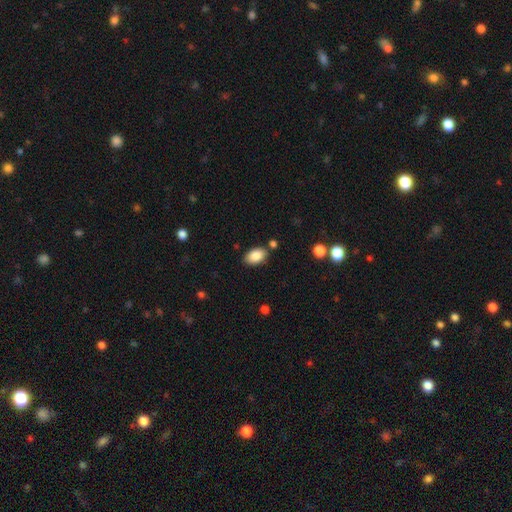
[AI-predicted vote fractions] Overall: smooth (86%). How rounded: in between (92%). Merging: none (81%).